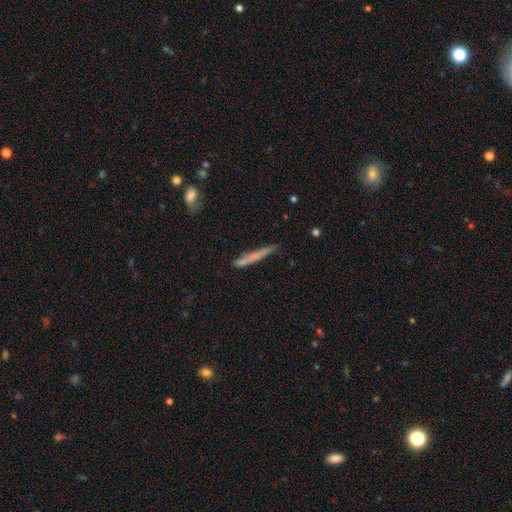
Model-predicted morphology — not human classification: A smooth galaxy with no disk features (64%) that is cigar-shaped (95%).

Vote fractions:
- Smooth or featured? smooth: 64% / featured or disk: 29% / star or artifact: 7%
- How rounded? cigar-shaped: 95% / in between: 3% / round: 2%
- Merging? none: 71% / minor disturbance: 18% / merger: 6% / major disturbance: 5%